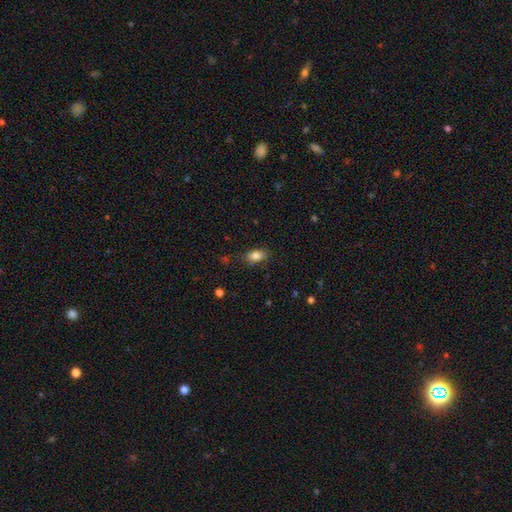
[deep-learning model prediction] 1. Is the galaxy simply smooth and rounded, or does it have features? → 84% smooth, 9% star or artifact, 7% featured or disk.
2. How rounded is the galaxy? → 87% in between, 10% round, 3% cigar-shaped.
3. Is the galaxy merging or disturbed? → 81% none, 14% minor disturbance, 3% major disturbance, 1% merger.